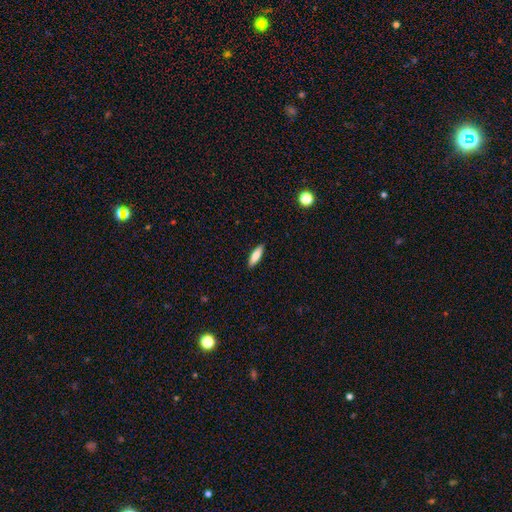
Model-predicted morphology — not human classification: smooth_or_featured: smooth (p=0.83) [alt: featured or disk p=0.11]
how_rounded: cigar-shaped (p=0.51) [alt: in between p=0.47]
merging: none (p=0.89) [alt: minor disturbance p=0.08]